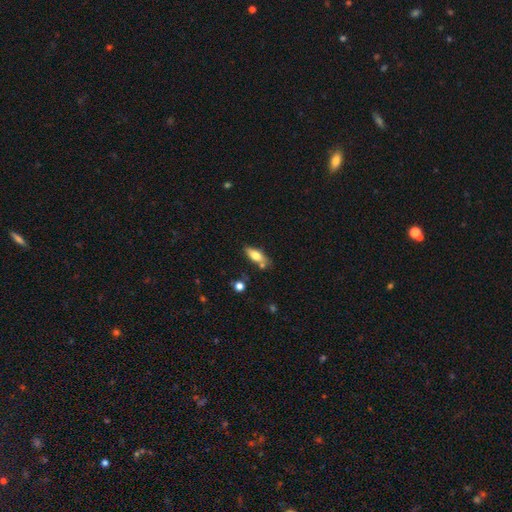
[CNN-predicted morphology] Smooth or featured? smooth (67%)
How rounded? in between (70%)
Merging? none (65%)